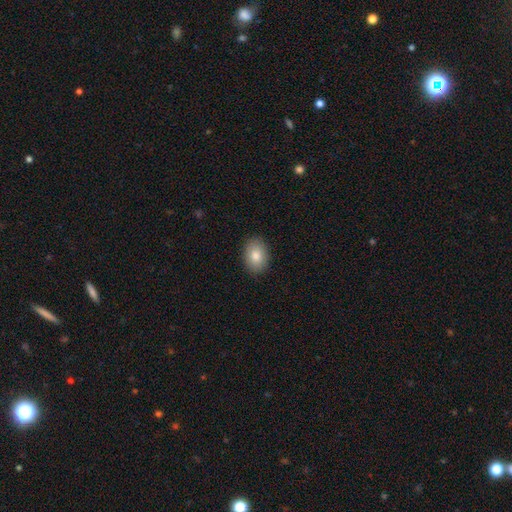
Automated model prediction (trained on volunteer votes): Smooth or featured: smooth — 84% (featured or disk — 9%)
How rounded: in between — 76% (round — 23%)
Merging: none — 89% (minor disturbance — 8%)